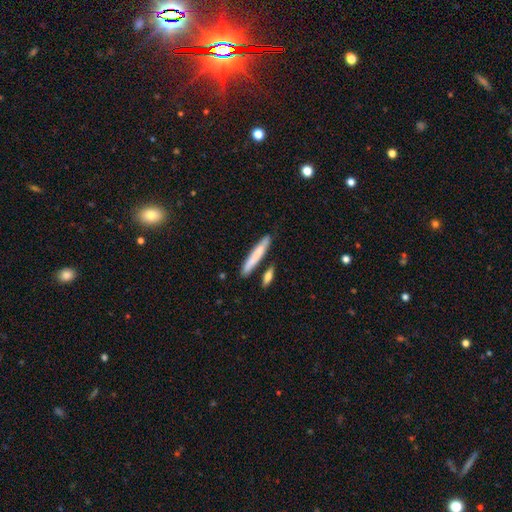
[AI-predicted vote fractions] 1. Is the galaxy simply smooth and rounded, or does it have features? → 72% smooth, 23% featured or disk, 5% star or artifact.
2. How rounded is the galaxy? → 93% cigar-shaped, 6% in between, 1% round.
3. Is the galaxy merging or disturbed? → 78% none, 12% minor disturbance, 8% merger, 3% major disturbance.